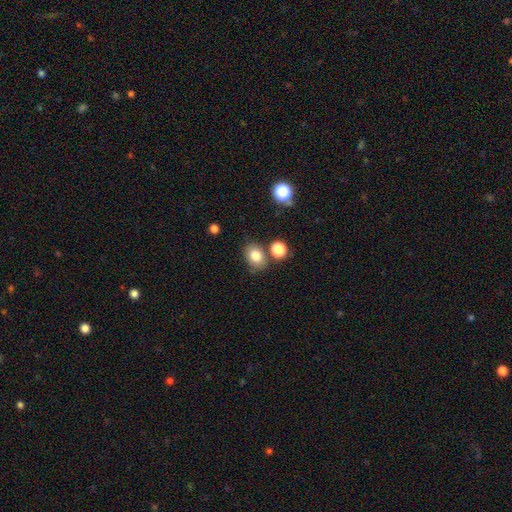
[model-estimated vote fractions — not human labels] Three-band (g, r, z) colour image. It shows a smooth galaxy with no disk features (82%) that is in between round and cigar-shaped (60%). Merging: none (72%).